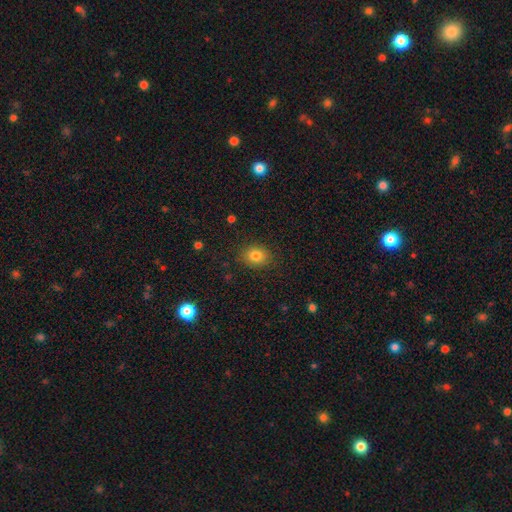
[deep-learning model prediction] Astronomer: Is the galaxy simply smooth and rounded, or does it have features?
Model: smooth — 81%.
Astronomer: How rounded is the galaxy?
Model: round — 52% (runner-up: in between, 47%).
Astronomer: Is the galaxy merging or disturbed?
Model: none — 87%.